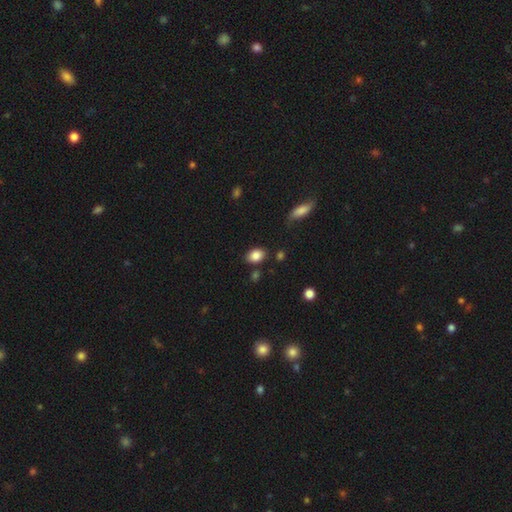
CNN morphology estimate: type=smooth (86%); roundness=in between (81%); merging=none (81%).